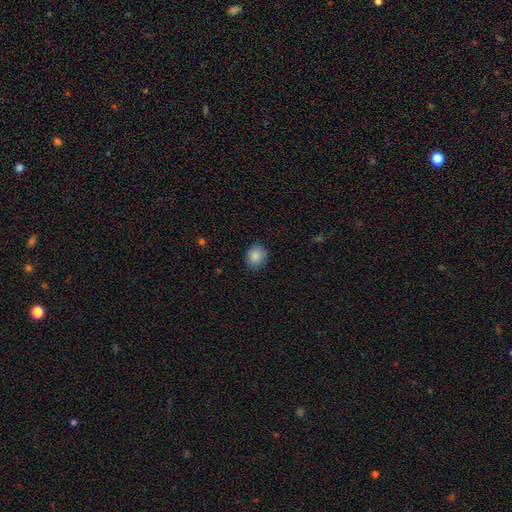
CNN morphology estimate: Smooth or featured? Predicted: smooth (p=0.86). How rounded? Predicted: round (p=0.71). Merging? Predicted: none (p=0.85).